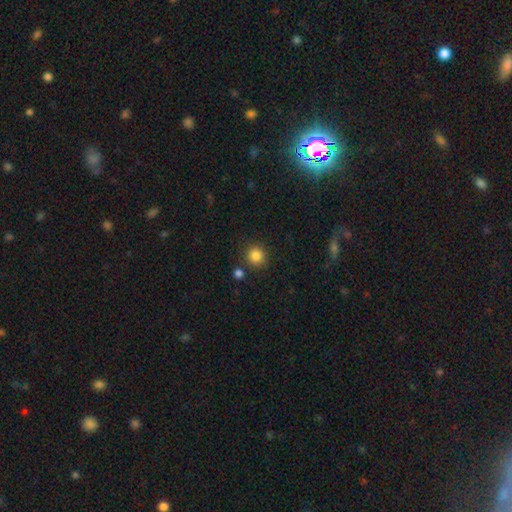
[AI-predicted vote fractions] smooth 85%, star or artifact 11%, featured or disk 4%. Down the decision tree: how rounded — round (91%); merging — none (83%).